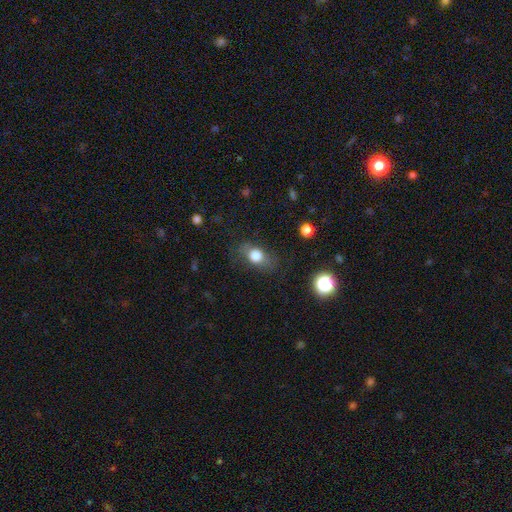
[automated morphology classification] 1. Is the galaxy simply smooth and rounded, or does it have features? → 75% smooth, 15% featured or disk, 10% star or artifact.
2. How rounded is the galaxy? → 71% in between, 24% round, 4% cigar-shaped.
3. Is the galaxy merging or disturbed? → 73% none, 18% minor disturbance, 7% major disturbance, 1% merger.